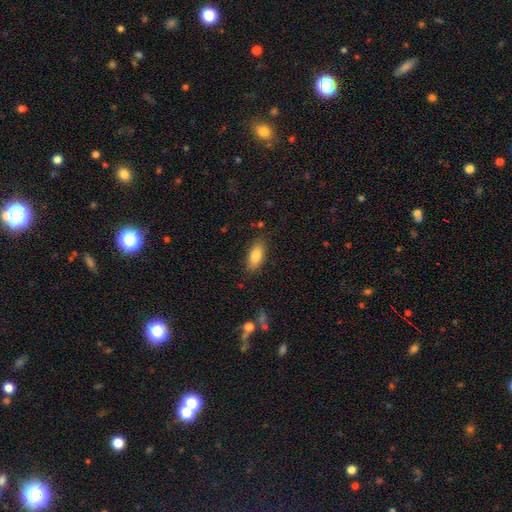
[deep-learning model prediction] smooth_or_featured: smooth (p=0.82) [alt: featured or disk p=0.11]
how_rounded: in between (p=0.85) [alt: cigar-shaped p=0.13]
merging: none (p=0.83) [alt: minor disturbance p=0.12]